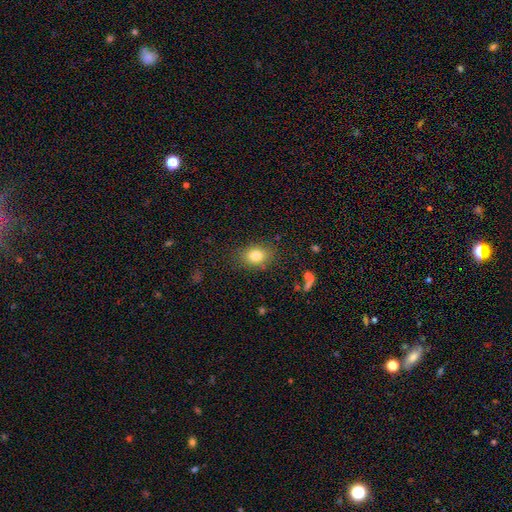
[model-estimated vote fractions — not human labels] Q: Smooth or featured?
A: smooth (81%); runner-up: star or artifact (10%)
Q: How rounded?
A: in between (64%); runner-up: round (34%)
Q: Merging?
A: none (83%); runner-up: minor disturbance (12%)